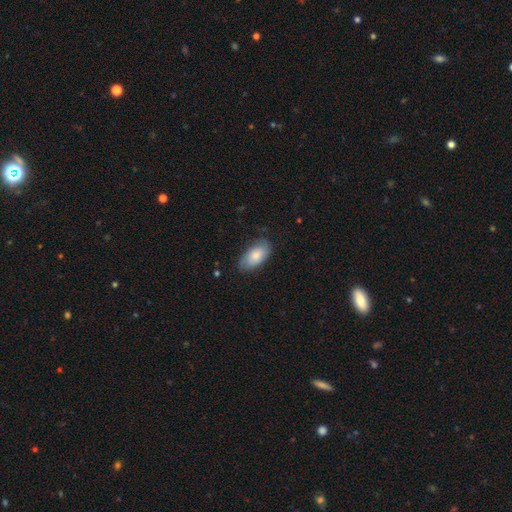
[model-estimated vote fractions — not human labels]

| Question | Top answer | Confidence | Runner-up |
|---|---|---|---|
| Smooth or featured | smooth | 80% | featured or disk (14%) |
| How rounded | in between | 94% | cigar-shaped (3%) |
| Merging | none | 77% | minor disturbance (19%) |